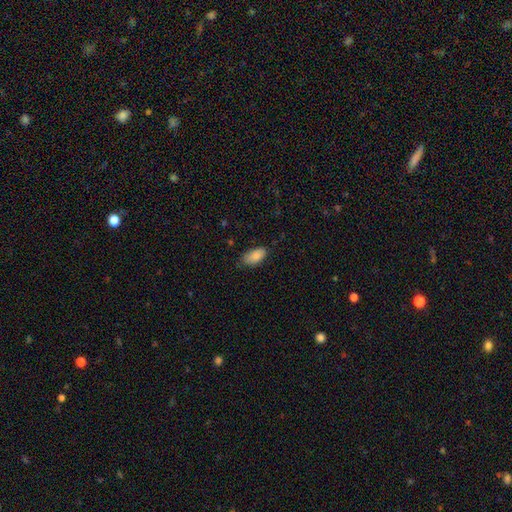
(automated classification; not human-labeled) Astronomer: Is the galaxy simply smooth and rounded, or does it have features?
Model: smooth — 86%.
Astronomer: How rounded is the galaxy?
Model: in between — 93%.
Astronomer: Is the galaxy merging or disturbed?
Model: none — 71%.